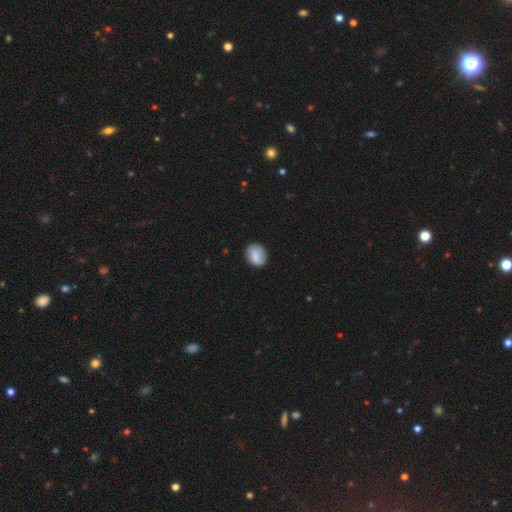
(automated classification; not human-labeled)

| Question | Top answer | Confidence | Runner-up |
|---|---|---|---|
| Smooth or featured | smooth | 81% | featured or disk (12%) |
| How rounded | round | 54% | in between (44%) |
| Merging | none | 80% | minor disturbance (15%) |